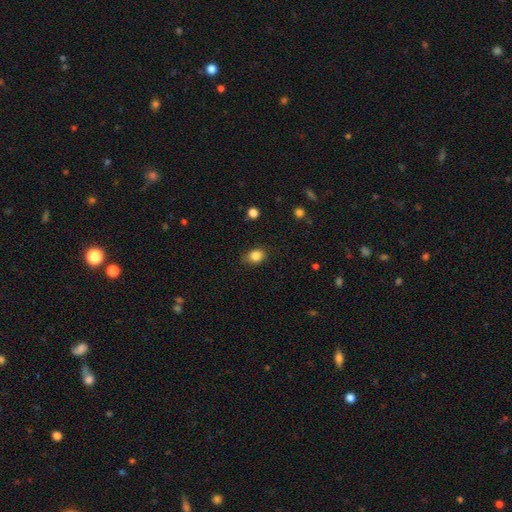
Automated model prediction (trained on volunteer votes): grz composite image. It shows a smooth galaxy with no disk features (85%) that is in between round and cigar-shaped (57%). Merging: none (80%).